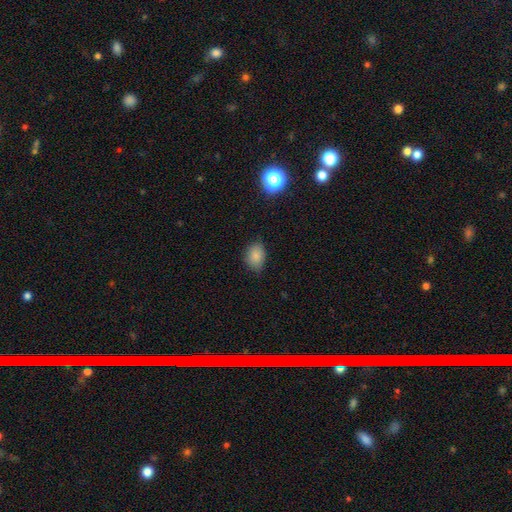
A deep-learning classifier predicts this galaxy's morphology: This appears to be a smooth galaxy with no disk features (84%) that is in between round and cigar-shaped (75%). Merging: none (74%).